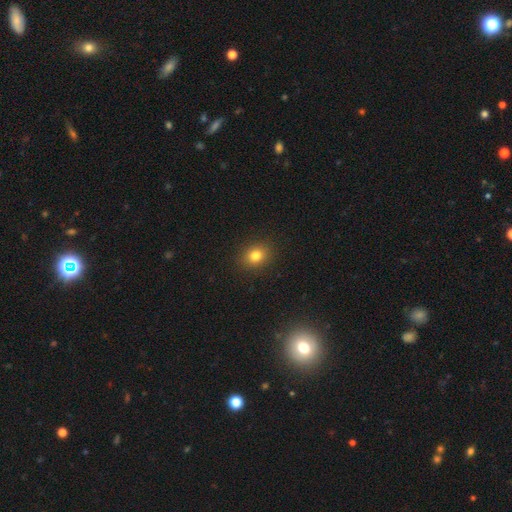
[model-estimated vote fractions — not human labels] The model was most divided on "how rounded": round: 60%, in between: 39%, cigar-shaped: 1%. More confident: merging — none (90%); smooth or featured — smooth (80%).